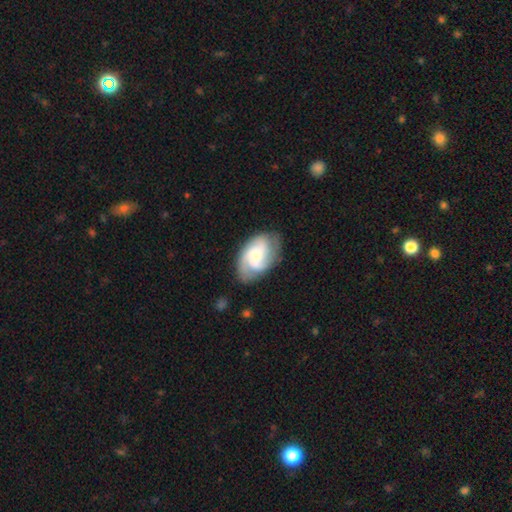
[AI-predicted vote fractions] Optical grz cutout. It shows a featured or disk galaxy (71%) with no bar (65%), 3 (42%) medium (46%) spiral arms (94%) and a small central bulge (41%). Merging: none (68%).